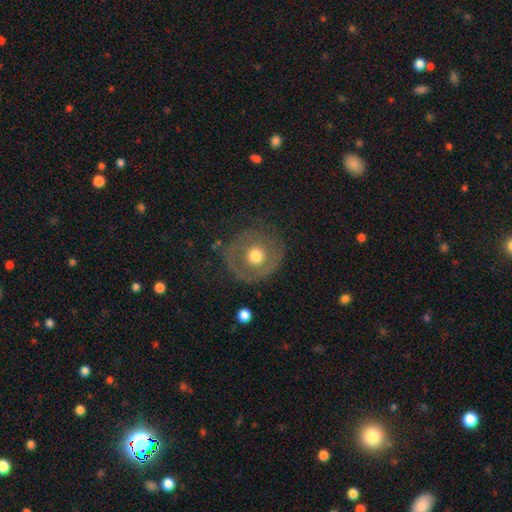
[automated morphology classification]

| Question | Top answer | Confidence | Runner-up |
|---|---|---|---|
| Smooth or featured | featured or disk | 54% | smooth (38%) |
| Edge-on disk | no | 96% | yes (4%) |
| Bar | no | 88% | weak (9%) |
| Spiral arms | no | 57% | yes (43%) |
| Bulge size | moderate | 70% | large (19%) |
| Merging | none | 70% | minor disturbance (16%) |